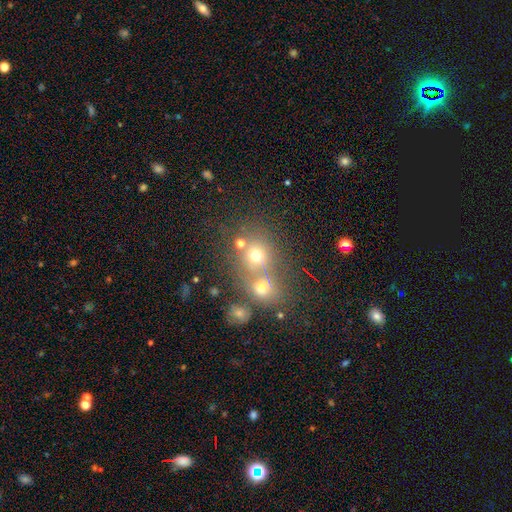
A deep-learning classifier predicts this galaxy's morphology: Overall: smooth (66%). How rounded: round (77%). Merging: none (45%; merger 42%).